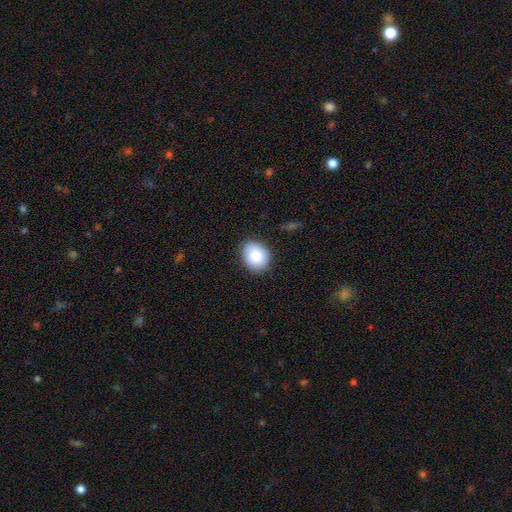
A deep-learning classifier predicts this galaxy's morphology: smooth_or_featured: smooth (p=0.87) [alt: star or artifact p=0.07]
how_rounded: round (p=0.50) [alt: in between p=0.49]
merging: none (p=0.86) [alt: minor disturbance p=0.10]